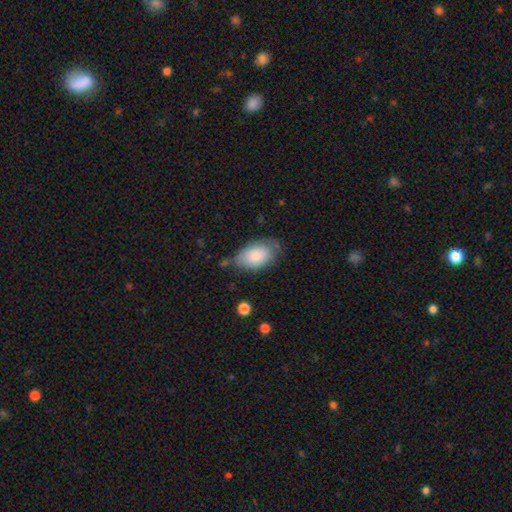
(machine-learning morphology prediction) This appears to be a smooth galaxy with no disk features (82%) that is in between round and cigar-shaped (94%). Merging: none (59%).